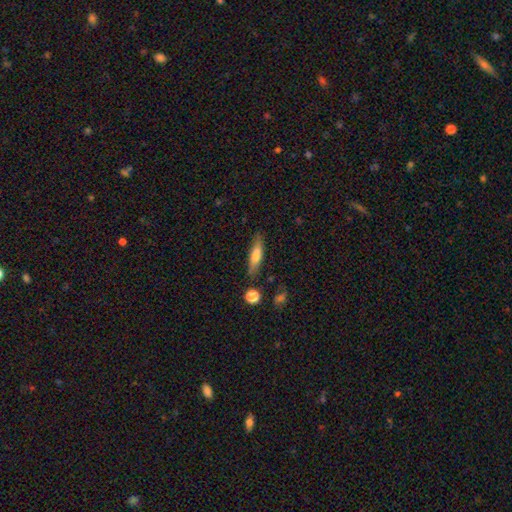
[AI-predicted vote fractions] Smooth or featured: smooth — 64% (featured or disk — 29%)
How rounded: cigar-shaped — 71% (in between — 26%)
Merging: none — 80% (minor disturbance — 13%)